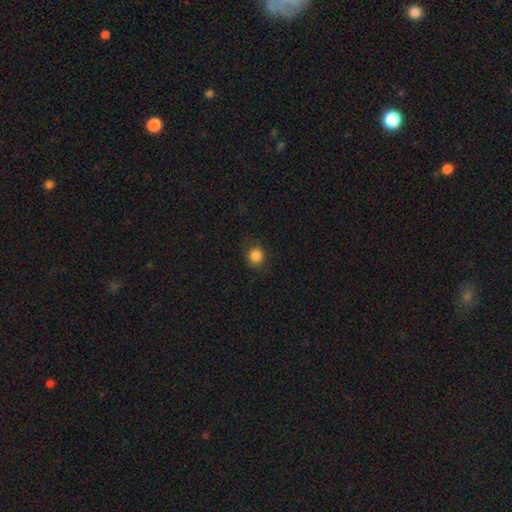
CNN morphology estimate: Smooth or featured?
  - smooth: 86% *
  - star or artifact: 11%
  - featured or disk: 4%
How rounded?
  - round: 89% *
  - in between: 10%
  - cigar-shaped: 1%
Merging?
  - none: 87% *
  - minor disturbance: 9%
  - major disturbance: 3%
  - merger: 1%